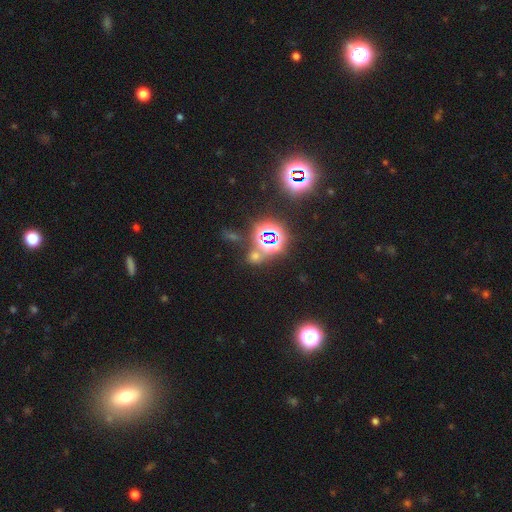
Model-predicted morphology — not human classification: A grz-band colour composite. It shows a star or artifact, not a galaxy (60%).